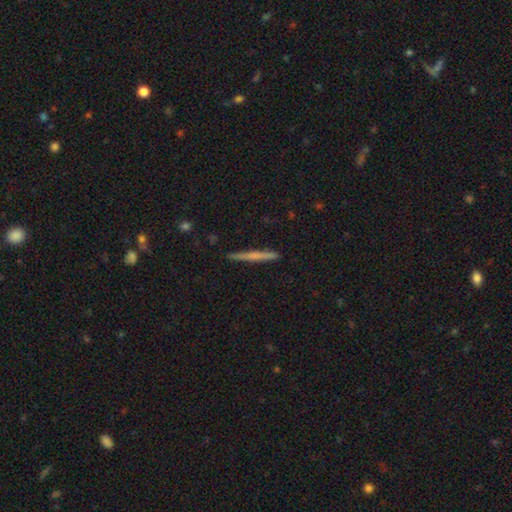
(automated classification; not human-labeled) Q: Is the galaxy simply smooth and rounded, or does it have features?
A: featured or disk — 47%, tied with smooth.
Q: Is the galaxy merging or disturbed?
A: none — 91%.